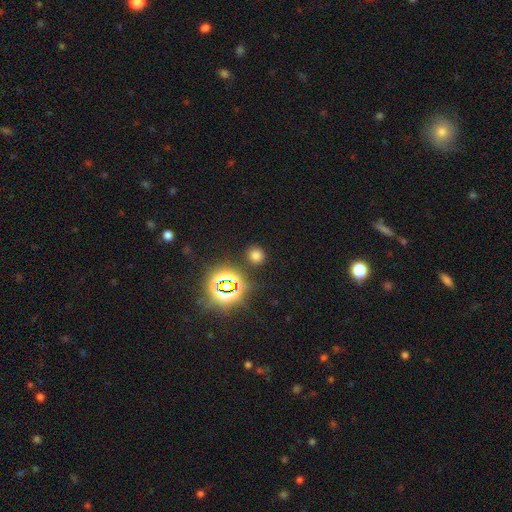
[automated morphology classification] A smooth galaxy with no disk features (66%) that is round (84%).

Vote fractions:
- Smooth or featured? smooth: 66% / star or artifact: 27% / featured or disk: 6%
- How rounded? round: 84% / in between: 15% / cigar-shaped: 1%
- Merging? none: 87% / minor disturbance: 7% / merger: 3% / major disturbance: 3%